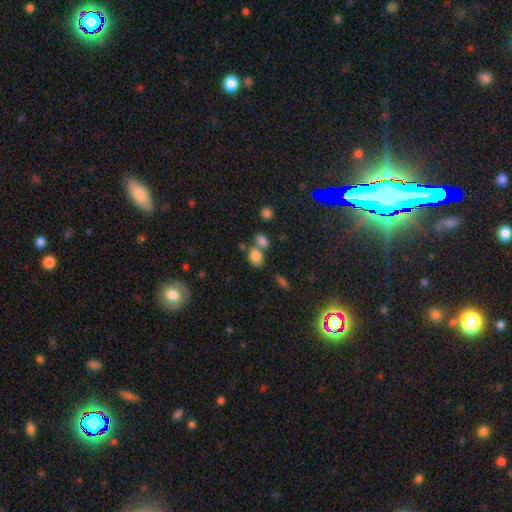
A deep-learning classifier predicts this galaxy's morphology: smooth_or_featured: smooth (p=0.80) [alt: star or artifact p=0.12]
how_rounded: in between (p=0.75) [alt: round p=0.23]
merging: none (p=0.47) [alt: merger p=0.36]